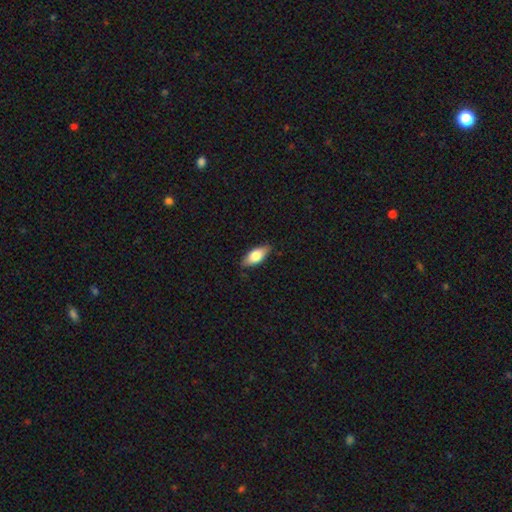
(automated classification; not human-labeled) Smooth or featured? Predicted: smooth (p=0.73). How rounded? Predicted: in between (p=0.84). Merging? Predicted: none (p=0.85).